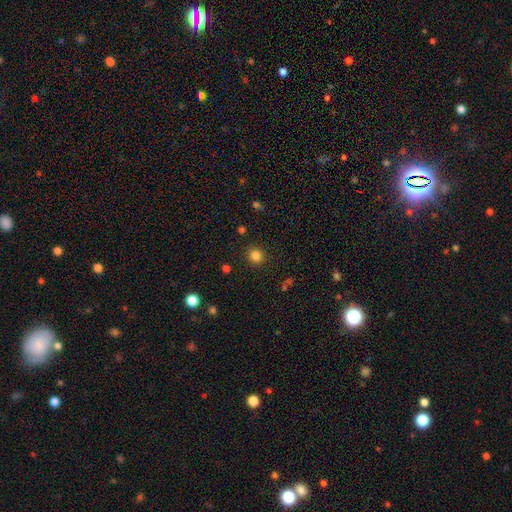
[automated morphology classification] Smooth or featured?
  - smooth: 83% *
  - star or artifact: 13%
  - featured or disk: 4%
How rounded?
  - round: 91% *
  - in between: 8%
  - cigar-shaped: 1%
Merging?
  - none: 90% *
  - minor disturbance: 6%
  - major disturbance: 2%
  - merger: 1%